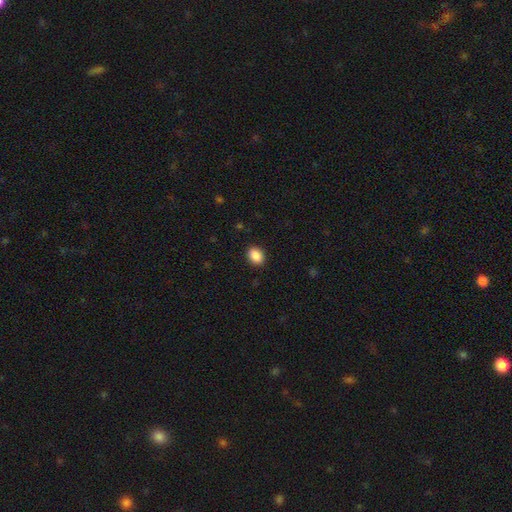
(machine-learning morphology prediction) Smooth or featured: smooth — 88% (star or artifact — 8%)
How rounded: in between — 61% (round — 38%)
Merging: none — 90% (minor disturbance — 7%)